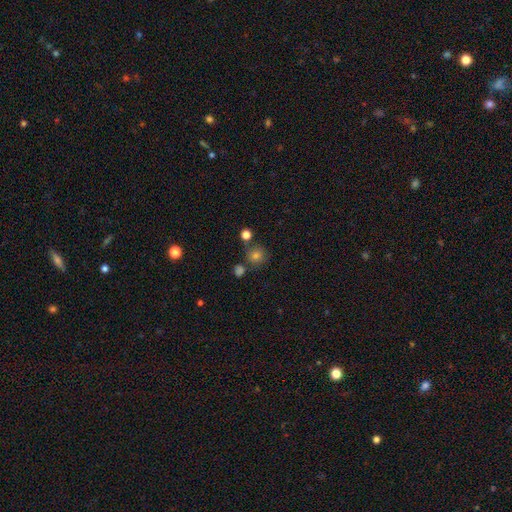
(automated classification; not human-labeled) Smooth or featured?
  - smooth: 74% *
  - star or artifact: 16%
  - featured or disk: 10%
How rounded?
  - round: 90% *
  - in between: 9%
  - cigar-shaped: 1%
Merging?
  - none: 72% *
  - merger: 12%
  - minor disturbance: 11%
  - major disturbance: 4%